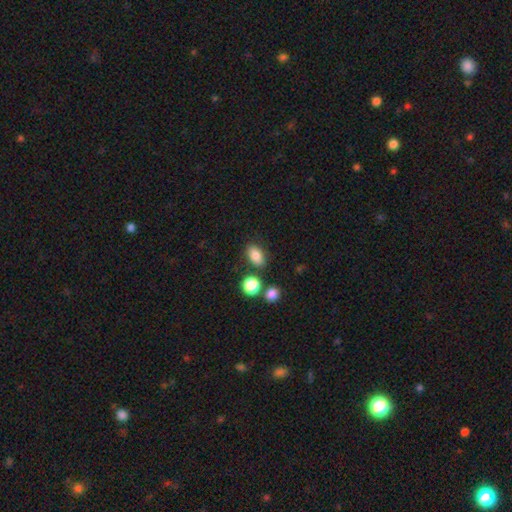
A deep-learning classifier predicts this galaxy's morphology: This appears to be a smooth galaxy with no disk features (81%) that is in between round and cigar-shaped (84%). Merging: none (79%).